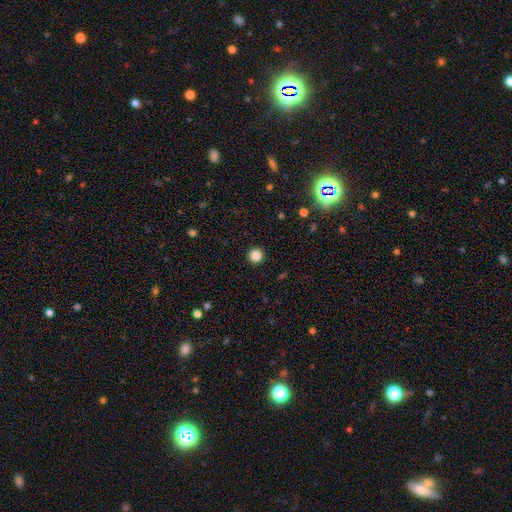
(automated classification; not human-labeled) Q: Smooth or featured?
A: smooth (86%); runner-up: star or artifact (11%)
Q: How rounded?
A: round (96%); runner-up: in between (3%)
Q: Merging?
A: none (93%); runner-up: minor disturbance (4%)